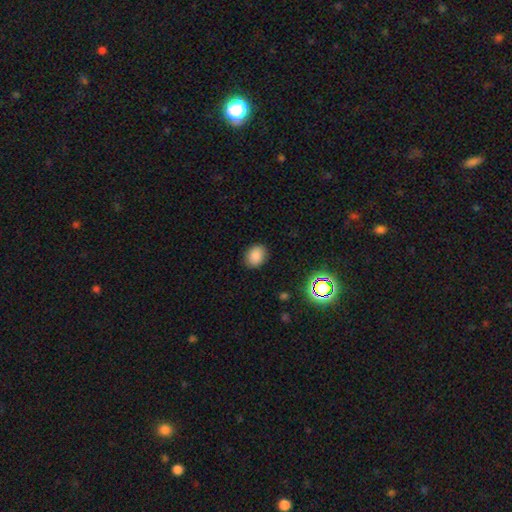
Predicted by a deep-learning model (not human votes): This appears to be a smooth galaxy with no disk features (84%) that is in between round and cigar-shaped (55%). Merging: none (87%).